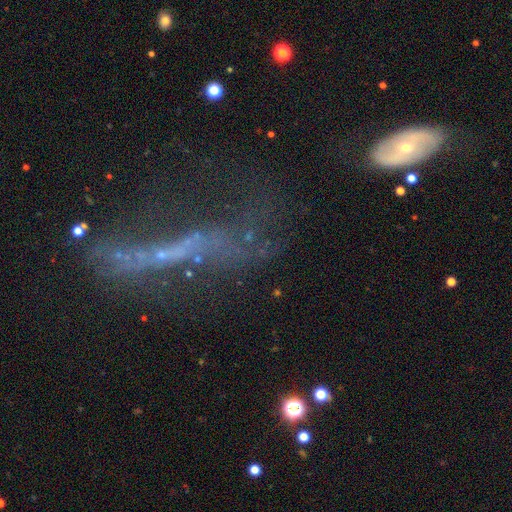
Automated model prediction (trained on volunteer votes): This is possibly a featured or disk galaxy (49%). Merging: marginally major disturbance (35%, tied with none).